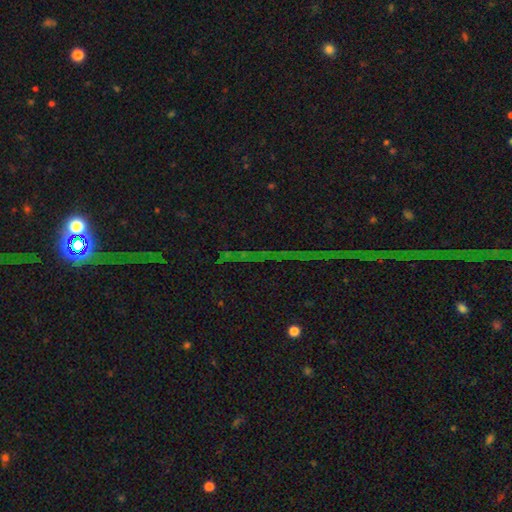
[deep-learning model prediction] smooth-or-featured: star or artifact: 81% | featured or disk: 11% | smooth: 8%